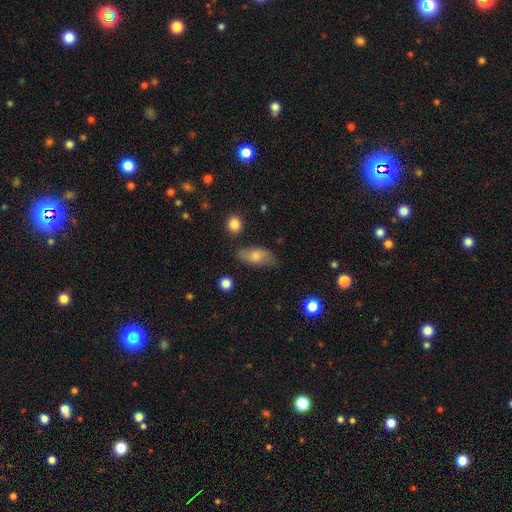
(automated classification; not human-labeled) Morphology: type=smooth (60%); roundness=in between (83%); merging=none (70%).